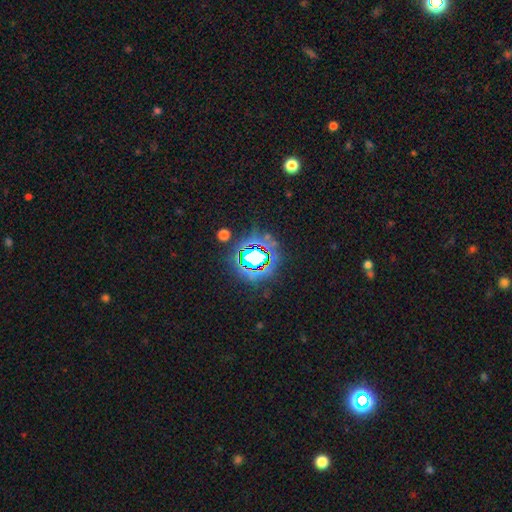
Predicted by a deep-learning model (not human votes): This is likely a star or artifact rather than a galaxy (69%).